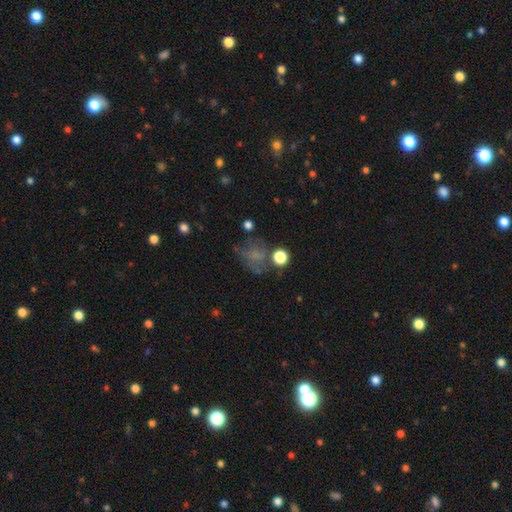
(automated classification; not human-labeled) This appears to be a smooth galaxy with no disk features (55%) that is round (61%). Merging: none (45%).